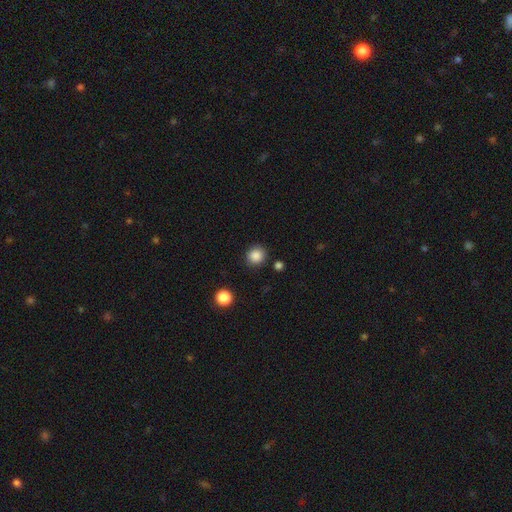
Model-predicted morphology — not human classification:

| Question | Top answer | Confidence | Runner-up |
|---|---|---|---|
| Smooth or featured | smooth | 87% | star or artifact (10%) |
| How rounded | round | 88% | in between (11%) |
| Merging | none | 87% | minor disturbance (8%) |